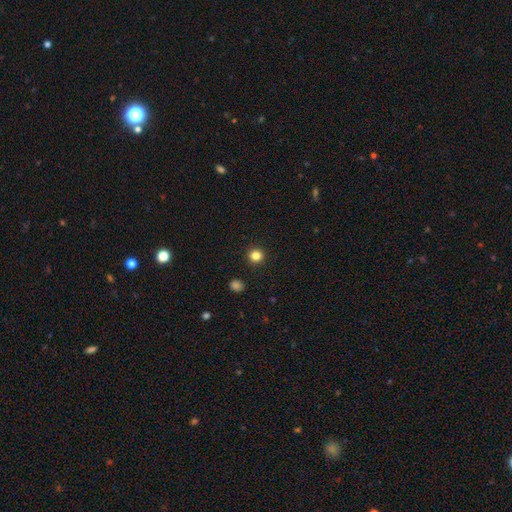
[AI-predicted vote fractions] Smooth or featured?
  - smooth: 83% *
  - star or artifact: 13%
  - featured or disk: 4%
How rounded?
  - round: 94% *
  - in between: 5%
  - cigar-shaped: 1%
Merging?
  - none: 93% *
  - minor disturbance: 4%
  - major disturbance: 2%
  - merger: 1%